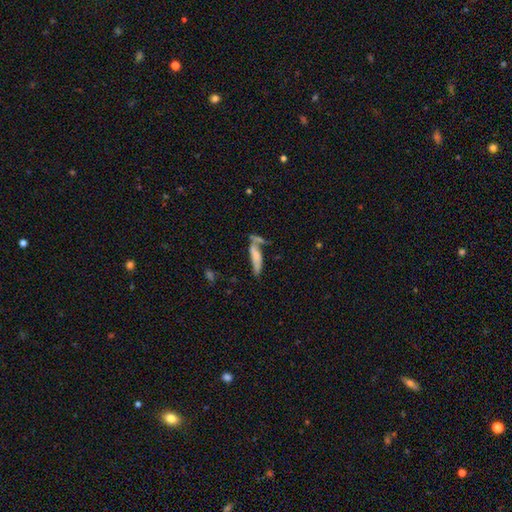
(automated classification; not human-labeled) Overall: smooth (59%; featured or disk 33%). How rounded: cigar-shaped (68%; in between 30%). Merging: merger (37%; none 36%).